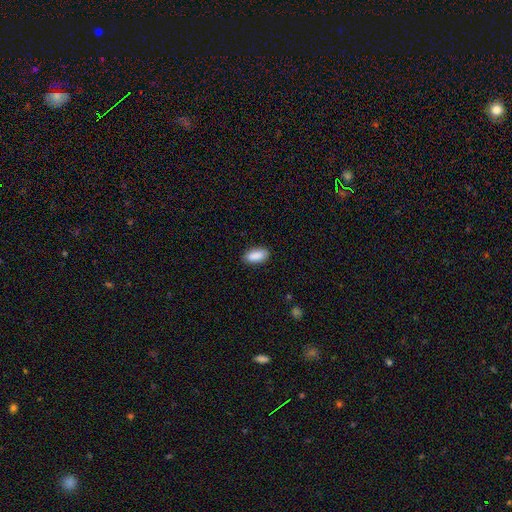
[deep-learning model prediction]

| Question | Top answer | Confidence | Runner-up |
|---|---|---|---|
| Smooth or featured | smooth | 89% | star or artifact (7%) |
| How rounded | in between | 88% | cigar-shaped (10%) |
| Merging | none | 86% | minor disturbance (10%) |